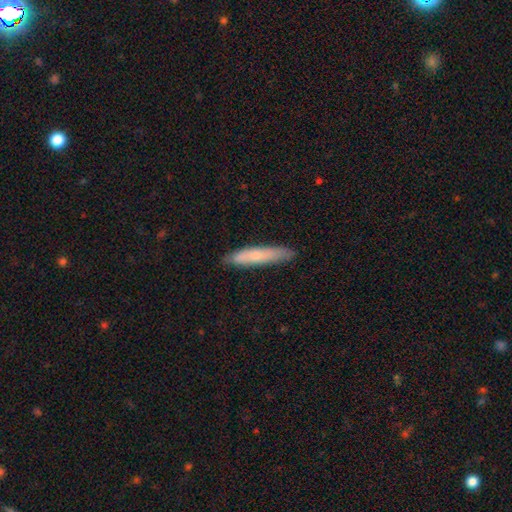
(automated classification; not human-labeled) This appears to be a smooth galaxy with no disk features (68%) that is cigar-shaped (89%). Merging: none (84%).